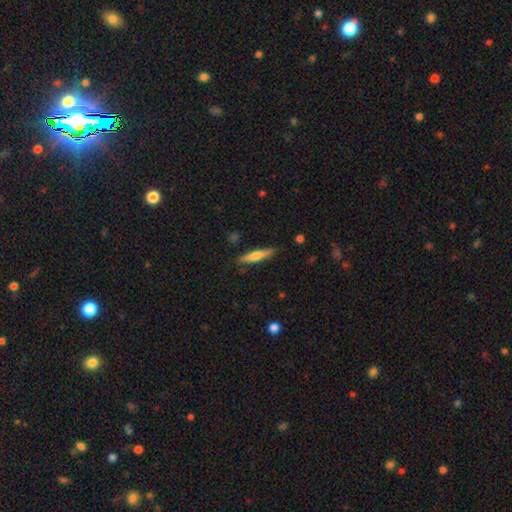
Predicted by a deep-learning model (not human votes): Q: Smooth or featured?
A: smooth (55%); runner-up: featured or disk (39%)
Q: How rounded?
A: cigar-shaped (88%); runner-up: in between (11%)
Q: Merging?
A: none (87%); runner-up: minor disturbance (10%)